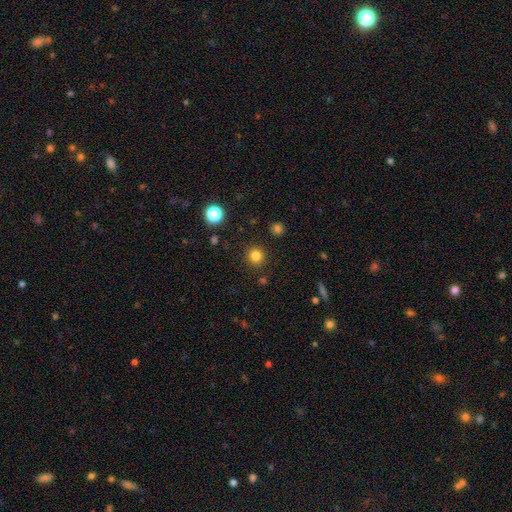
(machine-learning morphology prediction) smooth 81%, star or artifact 14%, featured or disk 5%. Down the decision tree: how rounded — round (94%); merging — none (90%).